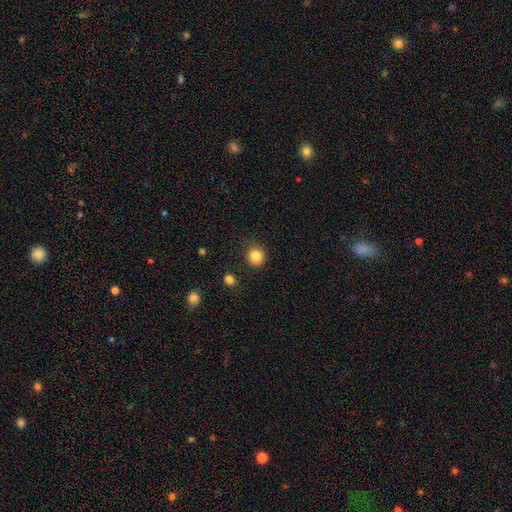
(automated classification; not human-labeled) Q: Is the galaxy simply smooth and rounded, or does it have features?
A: smooth — 84%.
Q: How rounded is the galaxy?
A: round — 88%.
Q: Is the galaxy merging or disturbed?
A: none — 81%.